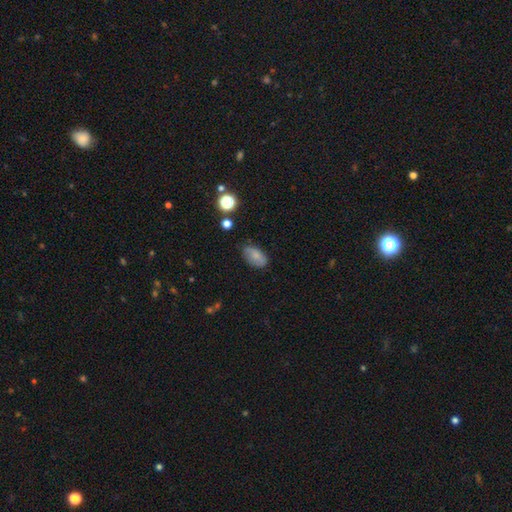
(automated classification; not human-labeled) Morphology: type=smooth (73%); roundness=in between (90%); merging=none (69%).